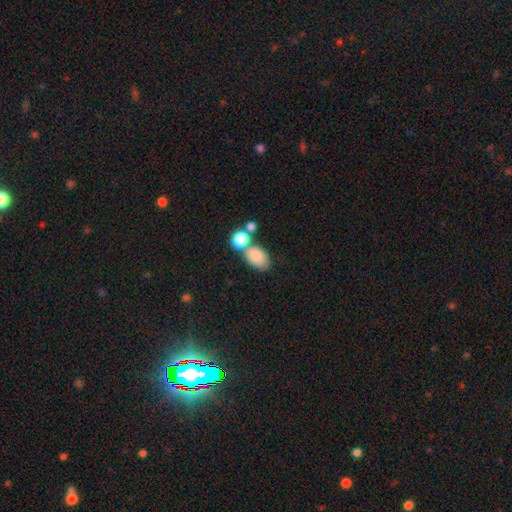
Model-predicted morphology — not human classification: This appears to be a smooth galaxy with no disk features (83%) that is in between round and cigar-shaped (87%). Merging: none (50%).